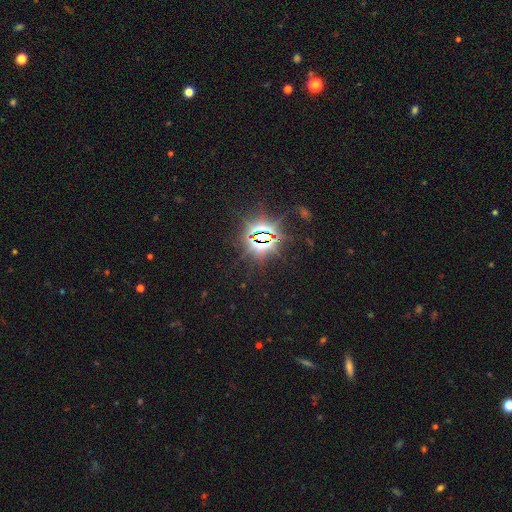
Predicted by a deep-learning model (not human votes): A star or artifact, not a galaxy (84%).